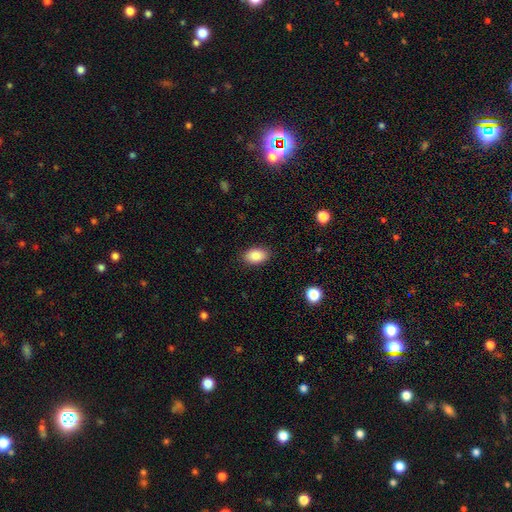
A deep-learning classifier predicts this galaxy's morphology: Q: Smooth or featured?
A: smooth (88%); runner-up: star or artifact (8%)
Q: How rounded?
A: in between (90%); runner-up: round (9%)
Q: Merging?
A: none (88%); runner-up: minor disturbance (9%)